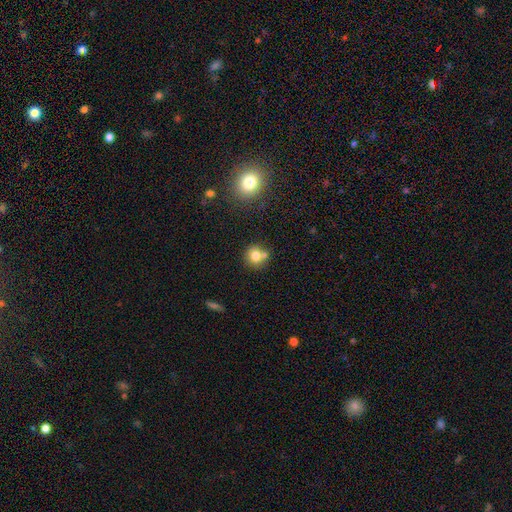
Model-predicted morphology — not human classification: Q: Smooth or featured?
A: smooth (76%); runner-up: featured or disk (12%)
Q: How rounded?
A: round (89%); runner-up: in between (10%)
Q: Merging?
A: none (58%); runner-up: merger (29%)